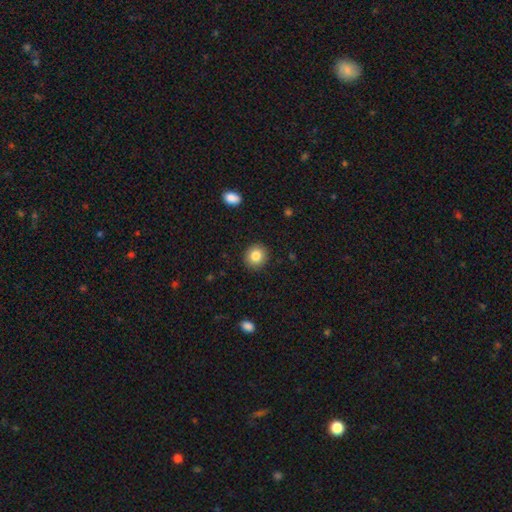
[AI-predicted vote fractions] Smooth or featured: smooth — 84% (star or artifact — 9%)
How rounded: round — 87% (in between — 12%)
Merging: none — 91% (minor disturbance — 6%)